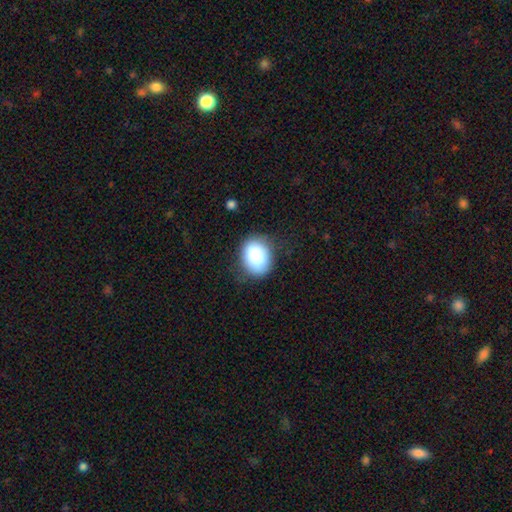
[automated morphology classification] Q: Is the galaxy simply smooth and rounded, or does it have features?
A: smooth — 85%.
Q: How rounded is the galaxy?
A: in between — 56%.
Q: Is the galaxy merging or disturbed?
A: none — 77%.